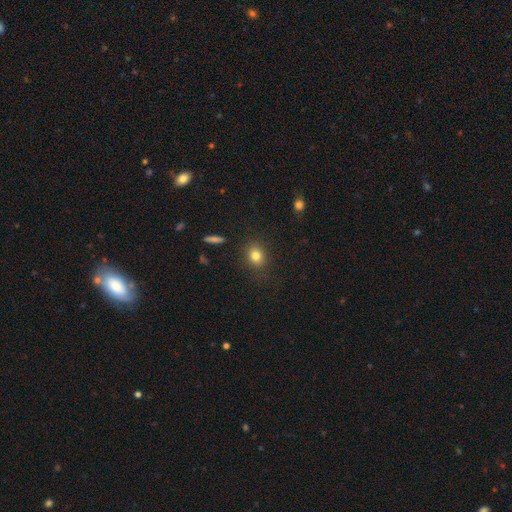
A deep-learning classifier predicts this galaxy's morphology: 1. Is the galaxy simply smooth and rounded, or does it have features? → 81% smooth, 11% star or artifact, 7% featured or disk.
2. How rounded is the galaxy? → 60% round, 39% in between, 1% cigar-shaped.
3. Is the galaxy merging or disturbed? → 86% none, 10% minor disturbance, 3% major disturbance, 1% merger.